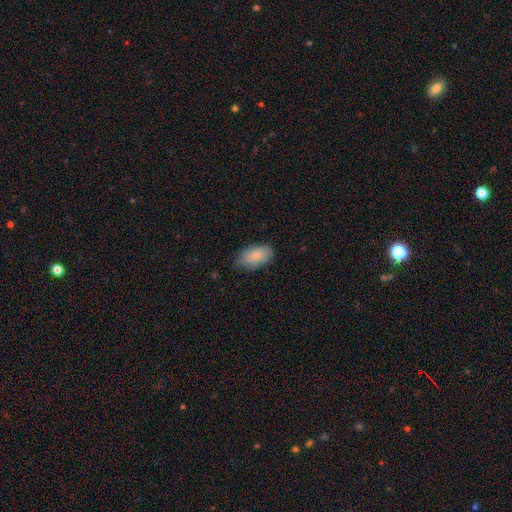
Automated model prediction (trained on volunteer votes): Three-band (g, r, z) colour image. It shows a smooth galaxy with no disk features (83%) that is in between round and cigar-shaped (93%). Merging: none (72%).